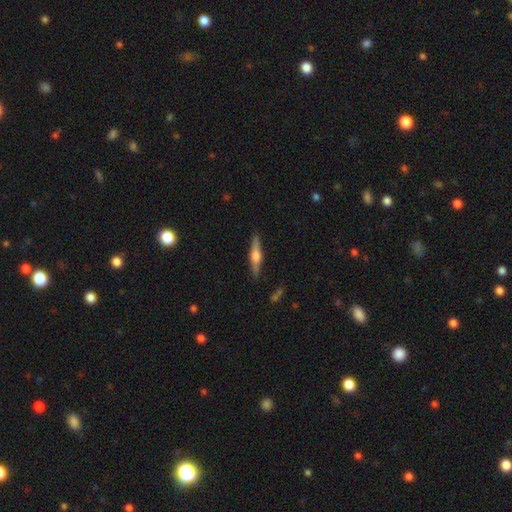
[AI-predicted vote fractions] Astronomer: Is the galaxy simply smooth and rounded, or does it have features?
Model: featured or disk — 62%.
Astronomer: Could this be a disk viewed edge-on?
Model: yes — 97%.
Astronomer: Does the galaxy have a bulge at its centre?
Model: rounded — 87%.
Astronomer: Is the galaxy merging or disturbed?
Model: none — 88%.